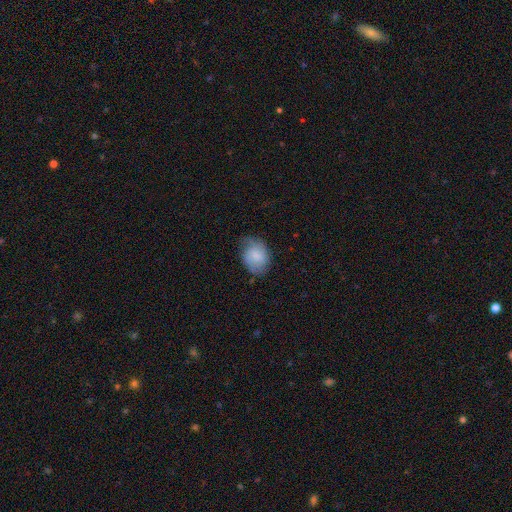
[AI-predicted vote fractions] Smooth or featured?
  - smooth: 65% *
  - featured or disk: 27%
  - star or artifact: 8%
How rounded?
  - in between: 65% *
  - round: 34%
  - cigar-shaped: 1%
Merging?
  - none: 59% *
  - minor disturbance: 30%
  - major disturbance: 10%
  - merger: 1%